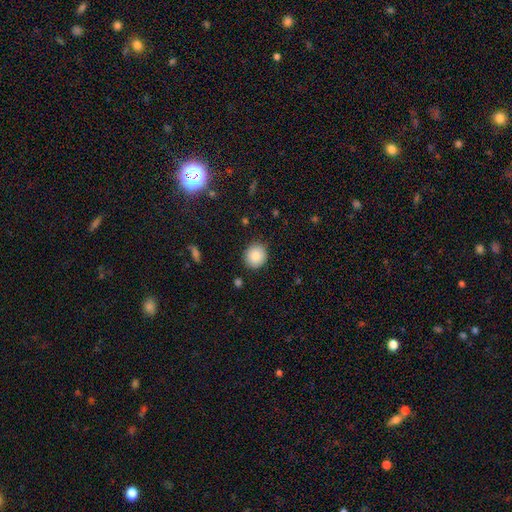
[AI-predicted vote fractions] smooth_or_featured: smooth (p=0.85) [alt: star or artifact p=0.09]
how_rounded: round (p=0.88) [alt: in between p=0.11]
merging: none (p=0.89) [alt: minor disturbance p=0.07]